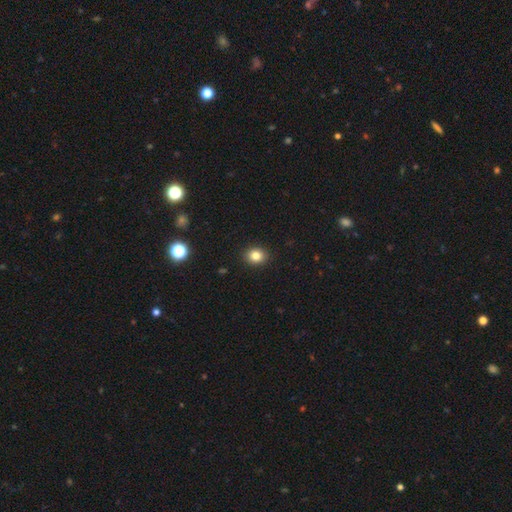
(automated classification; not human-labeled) Q: Smooth or featured?
A: smooth (83%); runner-up: star or artifact (11%)
Q: How rounded?
A: round (61%); runner-up: in between (38%)
Q: Merging?
A: none (91%); runner-up: minor disturbance (6%)